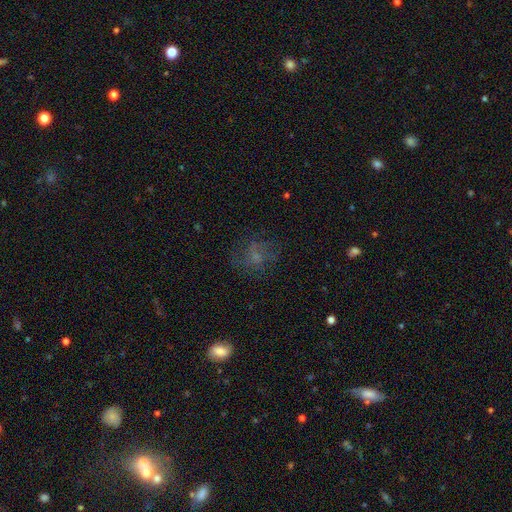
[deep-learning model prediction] Morphology: type=smooth (45%); merging=none (60%).